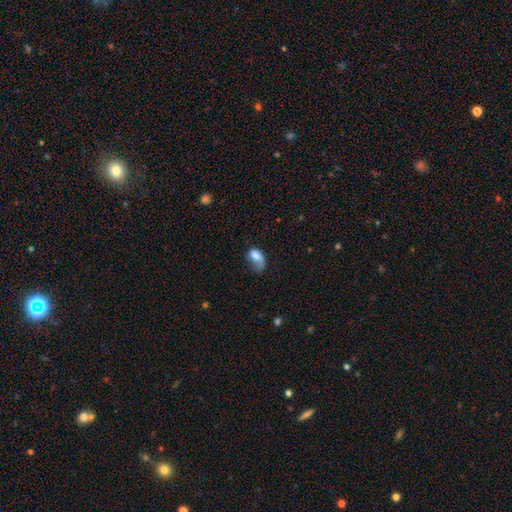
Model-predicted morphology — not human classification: Smooth or featured? Predicted: smooth (p=0.67). How rounded? Predicted: in between (p=0.85). Merging? Predicted: major disturbance (p=0.40).